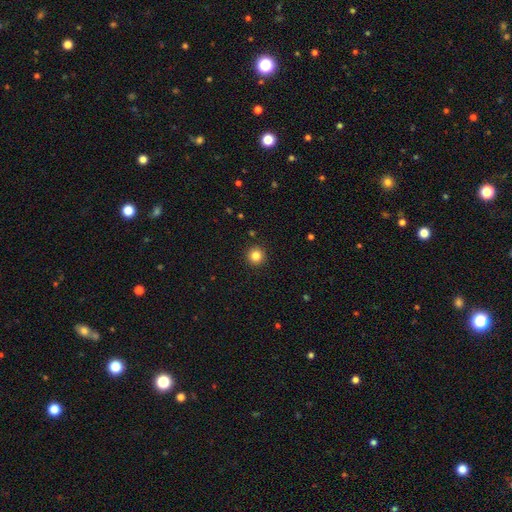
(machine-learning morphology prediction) The model was most divided on "smooth or featured": smooth: 84%, star or artifact: 11%, featured or disk: 5%. More confident: how rounded — round (95%); merging — none (92%).